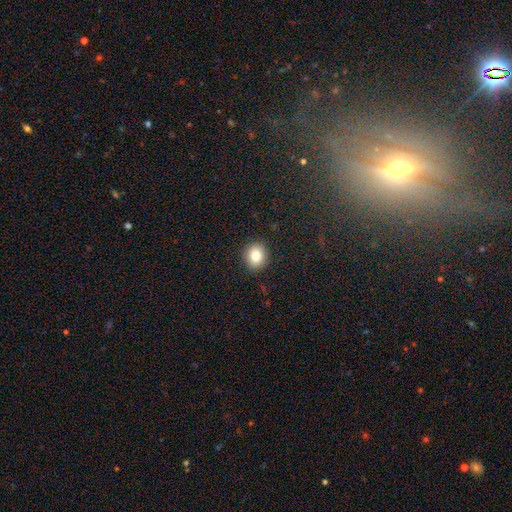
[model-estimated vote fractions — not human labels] Q: Smooth or featured?
A: smooth (83%); runner-up: star or artifact (10%)
Q: How rounded?
A: round (76%); runner-up: in between (23%)
Q: Merging?
A: none (90%); runner-up: minor disturbance (7%)